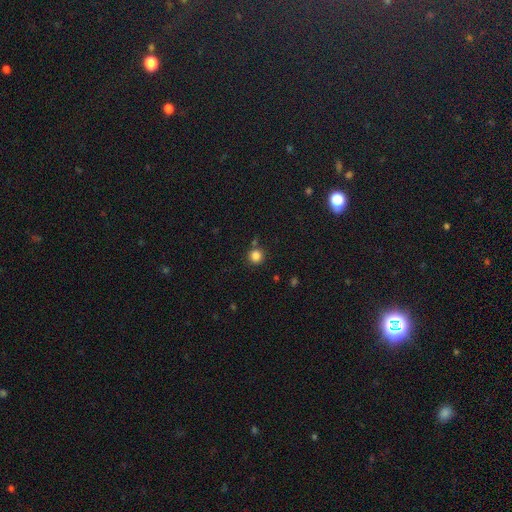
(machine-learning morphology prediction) Smooth or featured? Predicted: smooth (p=0.84). How rounded? Predicted: round (p=0.94). Merging? Predicted: none (p=0.82).